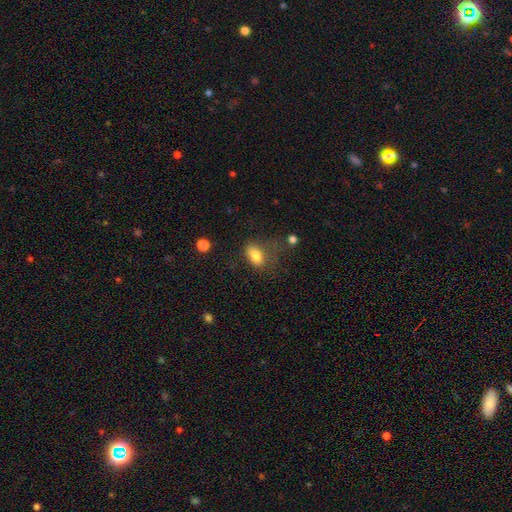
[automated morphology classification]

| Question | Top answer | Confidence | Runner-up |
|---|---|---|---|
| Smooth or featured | smooth | 80% | featured or disk (11%) |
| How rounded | in between | 86% | round (11%) |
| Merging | none | 50% | minor disturbance (26%) |